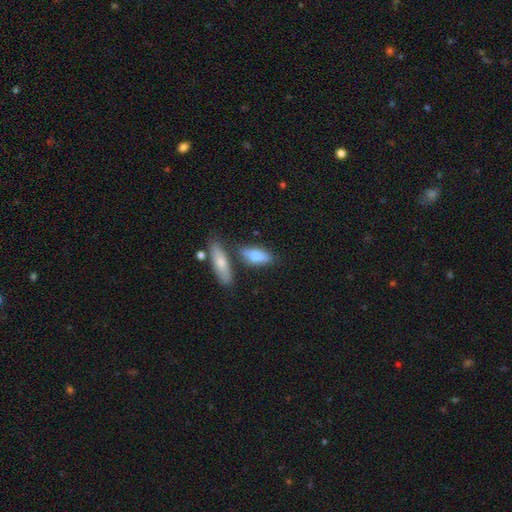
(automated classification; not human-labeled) Smooth or featured: smooth — 72% (featured or disk — 21%)
How rounded: in between — 68% (cigar-shaped — 28%)
Merging: none — 62% (merger — 18%)